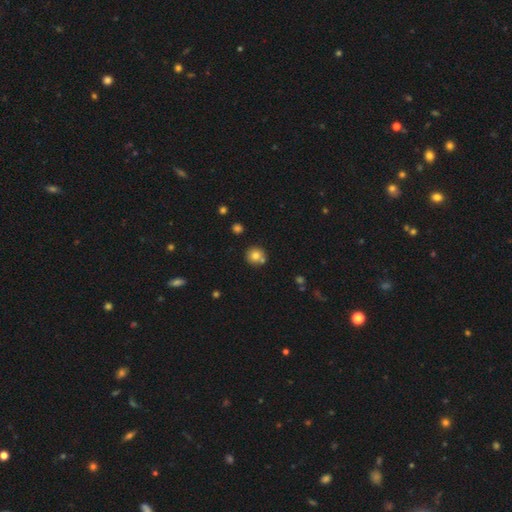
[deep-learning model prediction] smooth 78%, star or artifact 11%, featured or disk 10%. Down the decision tree: how rounded — round (91%); merging — none (69%).